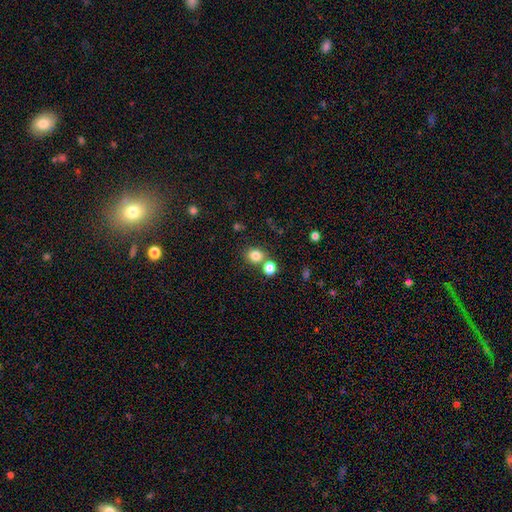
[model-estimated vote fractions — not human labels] Smooth or featured: smooth — 81% (star or artifact — 13%)
How rounded: round — 73% (in between — 26%)
Merging: none — 66% (merger — 21%)